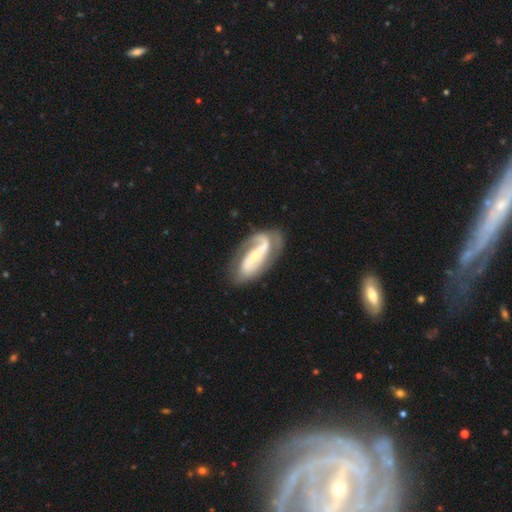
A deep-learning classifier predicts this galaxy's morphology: This is clearly a featured or disk galaxy (82%). It is clearly not viewed edge-on (94%). Bar: possibly strong (45%). Spiral arm pattern: clearly yes (93%). Spiral arm count: likely 2 (70%). Spiral winding: marginally medium (41%). Central bulge: likely small (60%). Merging: likely none (64%).